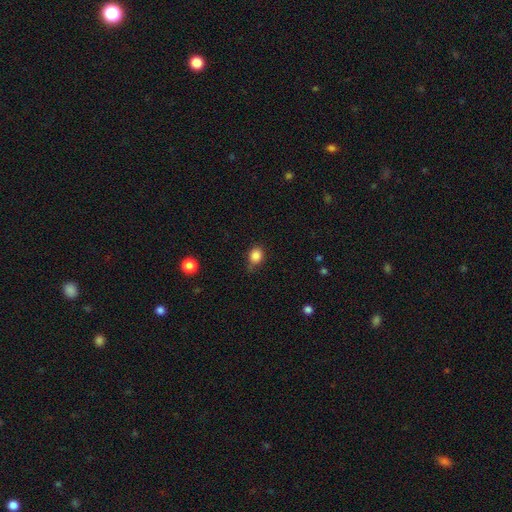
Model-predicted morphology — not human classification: type=smooth (85%); roundness=round (67%); merging=none (68%).